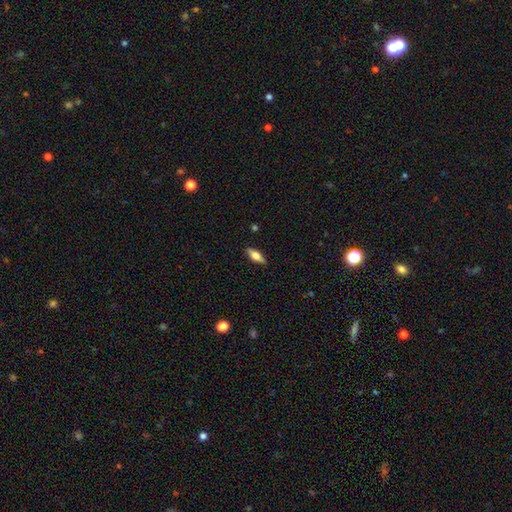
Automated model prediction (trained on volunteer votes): Overall: smooth (54%; featured or disk 40%). How rounded: in between (69%). Merging: none (89%).